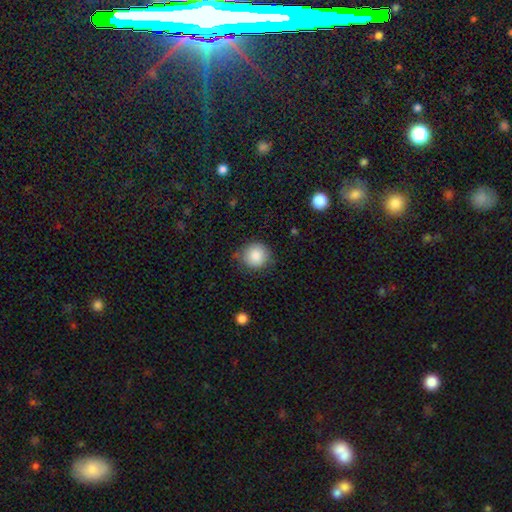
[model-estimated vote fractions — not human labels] Smooth or featured?
  - smooth: 86% *
  - star or artifact: 9%
  - featured or disk: 5%
How rounded?
  - round: 91% *
  - in between: 8%
  - cigar-shaped: 1%
Merging?
  - none: 79% *
  - minor disturbance: 16%
  - major disturbance: 4%
  - merger: 2%